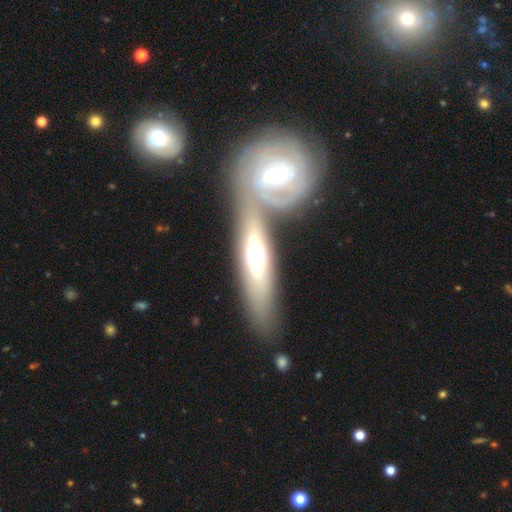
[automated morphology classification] Smooth or featured?
  - featured or disk: 65% *
  - smooth: 30%
  - star or artifact: 5%
Edge-on disk?
  - no: 56% *
  - yes: 44%
Merging?
  - merger: 46% *
  - none: 40%
  - minor disturbance: 10%
  - major disturbance: 4%